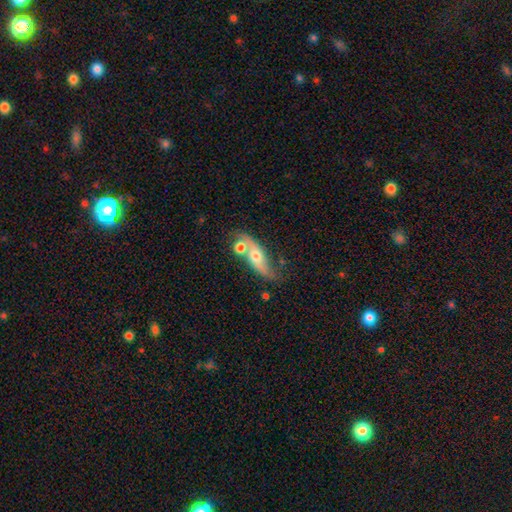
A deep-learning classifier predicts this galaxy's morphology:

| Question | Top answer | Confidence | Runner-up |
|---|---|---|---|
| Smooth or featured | featured or disk | 60% | smooth (32%) |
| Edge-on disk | no | 79% | yes (21%) |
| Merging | none | 44% | merger (29%) |